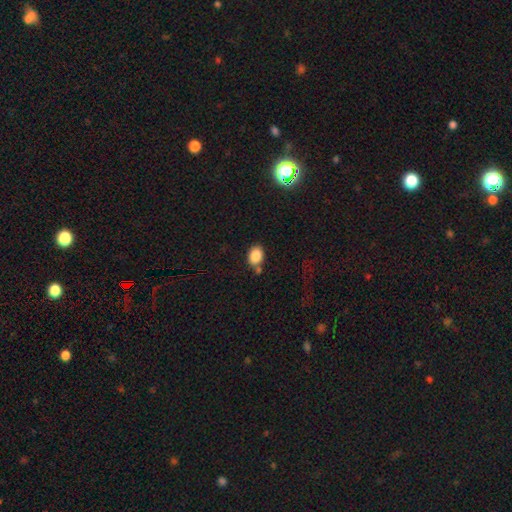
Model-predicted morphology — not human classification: Q: Smooth or featured?
A: smooth (85%); runner-up: star or artifact (9%)
Q: How rounded?
A: in between (71%); runner-up: round (27%)
Q: Merging?
A: none (66%); runner-up: minor disturbance (16%)